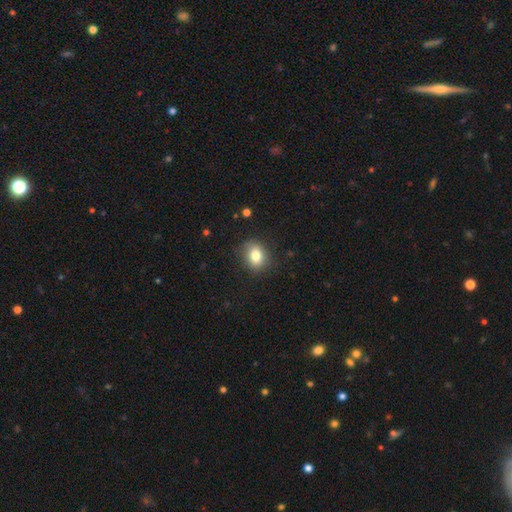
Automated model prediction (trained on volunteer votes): Smooth or featured? Predicted: smooth (p=0.80). How rounded? Predicted: round (p=0.52). Merging? Predicted: none (p=0.84).